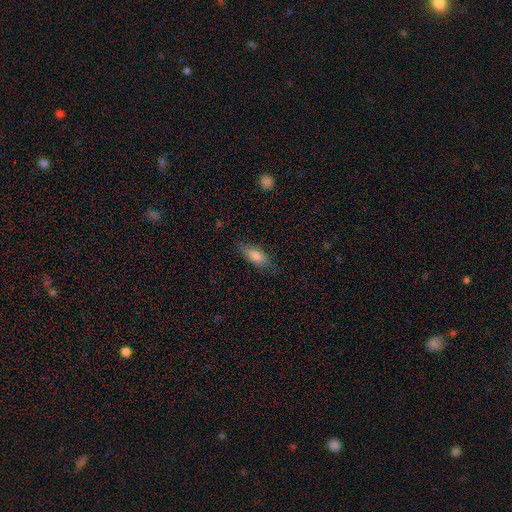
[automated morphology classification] This appears to be a smooth galaxy with no disk features (77%) that is in between round and cigar-shaped (72%). Merging: none (81%).